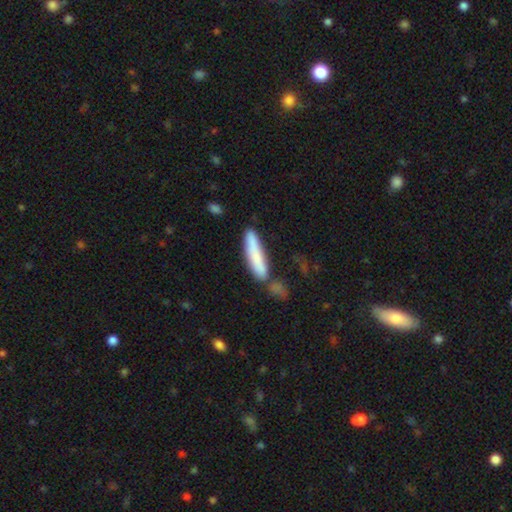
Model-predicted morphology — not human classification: Smooth or featured? smooth (77%)
How rounded? cigar-shaped (87%)
Merging? none (67%)